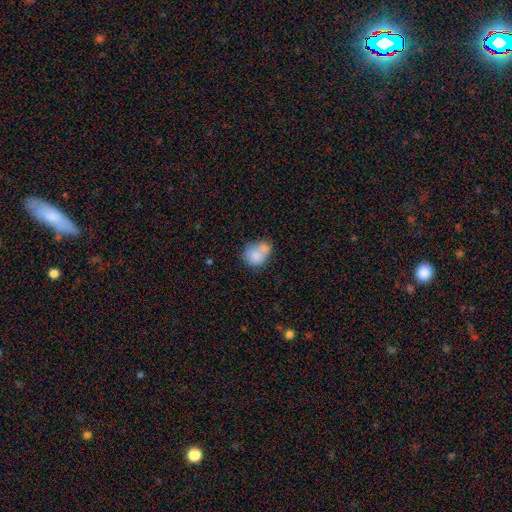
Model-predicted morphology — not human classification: This is likely a smooth galaxy (77%). How rounded: likely round (61%). Merging: possibly merger (49%).